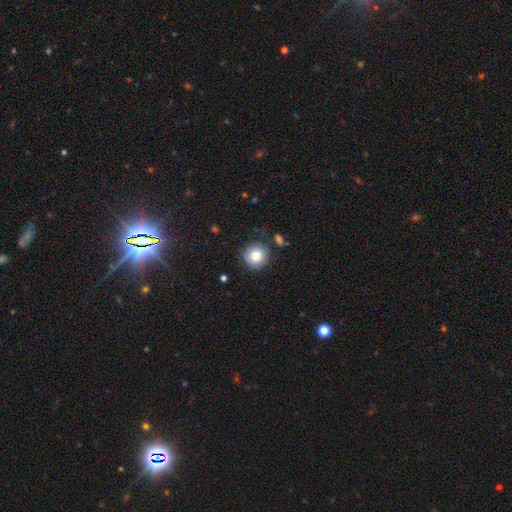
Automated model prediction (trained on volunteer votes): The model was most divided on "smooth or featured": smooth: 79%, featured or disk: 11%, star or artifact: 10%. More confident: how rounded — round (94%); merging — none (83%).